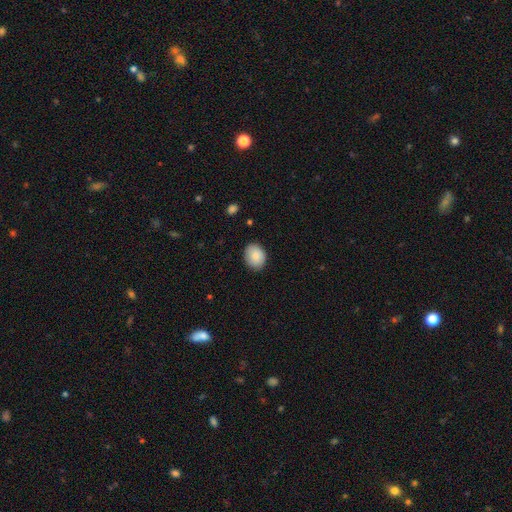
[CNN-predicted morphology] Q: Smooth or featured?
A: smooth (87%); runner-up: star or artifact (7%)
Q: How rounded?
A: in between (53%); runner-up: round (46%)
Q: Merging?
A: none (85%); runner-up: minor disturbance (12%)